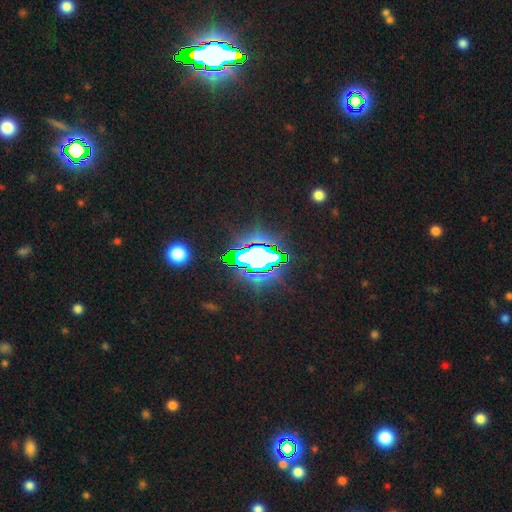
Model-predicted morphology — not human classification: Smooth or featured: star or artifact — 69% (smooth — 18%)